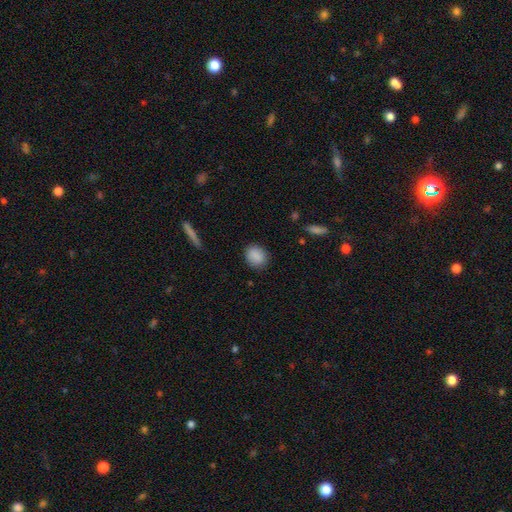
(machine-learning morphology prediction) This is clearly a smooth galaxy (88%). How rounded: likely round (64%). Merging: clearly none (85%).